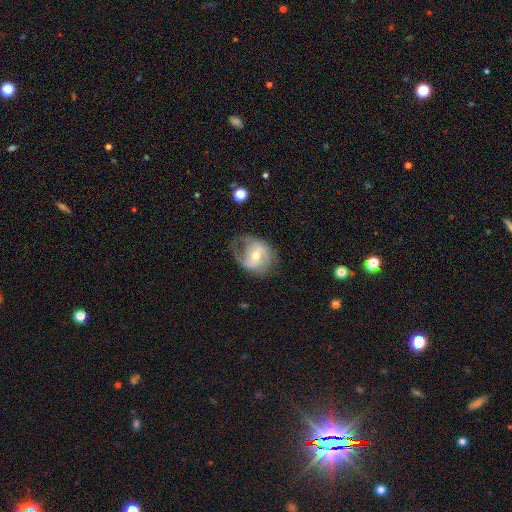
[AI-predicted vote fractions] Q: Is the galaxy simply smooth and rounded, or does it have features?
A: featured or disk — 72%.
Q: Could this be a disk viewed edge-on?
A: no — 97%.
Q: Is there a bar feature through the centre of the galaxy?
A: weak — 45%.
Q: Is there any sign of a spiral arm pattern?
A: yes — 86%.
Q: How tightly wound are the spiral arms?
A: medium — 44%.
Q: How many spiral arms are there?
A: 2 — 56%.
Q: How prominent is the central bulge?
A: moderate — 63%.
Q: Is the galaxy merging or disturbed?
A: none — 49%.